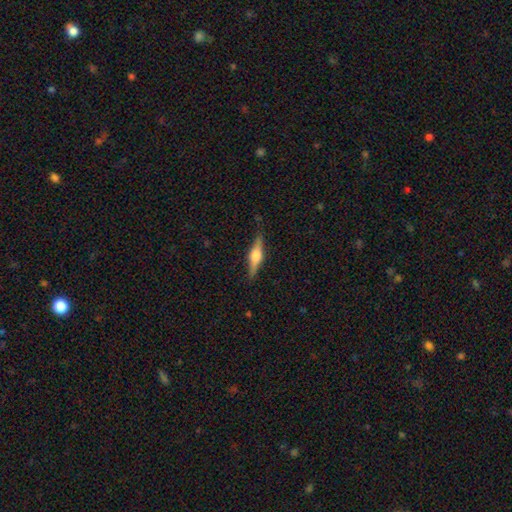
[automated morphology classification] featured or disk 68%, smooth 26%, star or artifact 6%. Down the decision tree: edge-on disk — yes (97%); edge-on bulge — rounded (88%); merging — none (88%).